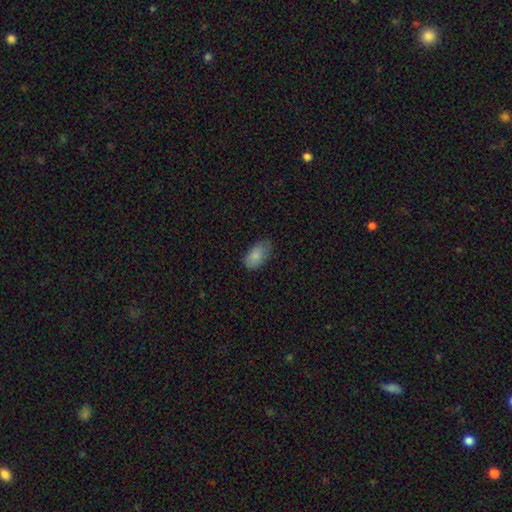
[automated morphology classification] smooth_or_featured: smooth (p=0.85) [alt: featured or disk p=0.09]
how_rounded: in between (p=0.94) [alt: round p=0.05]
merging: none (p=0.71) [alt: minor disturbance p=0.24]